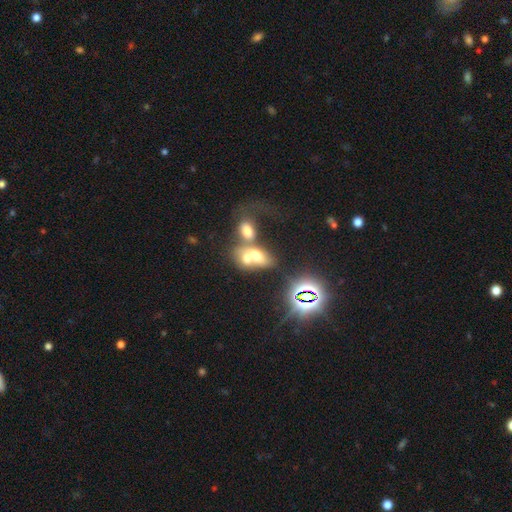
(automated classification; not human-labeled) A smooth galaxy with no disk features (53%) that is in between round and cigar-shaped (71%). Merging: merger (71%).